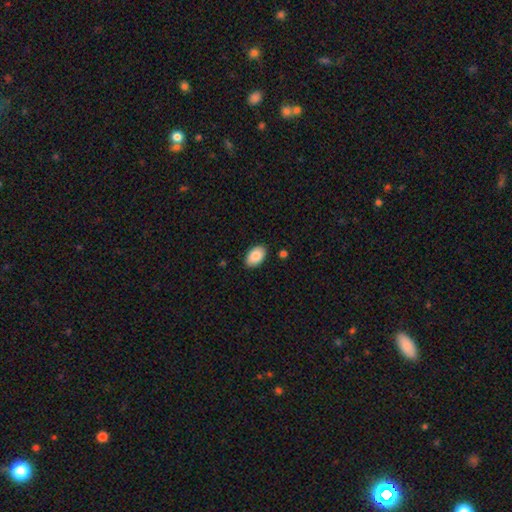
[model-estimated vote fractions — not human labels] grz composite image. It shows a smooth galaxy with no disk features (88%) that is in between round and cigar-shaped (92%). Merging: none (86%).